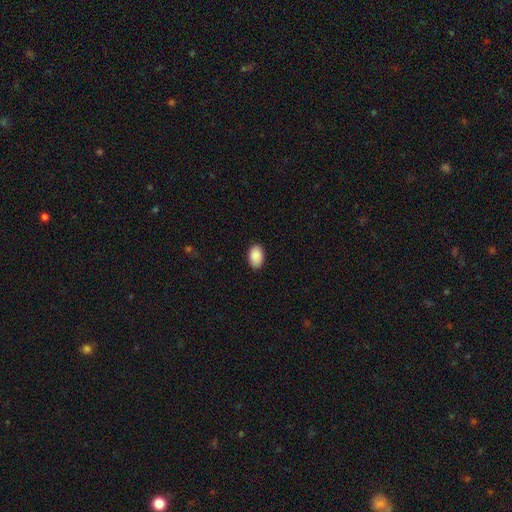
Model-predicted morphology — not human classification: smooth_or_featured: smooth (p=0.90) [alt: star or artifact p=0.07]
how_rounded: in between (p=0.91) [alt: round p=0.08]
merging: none (p=0.88) [alt: minor disturbance p=0.09]